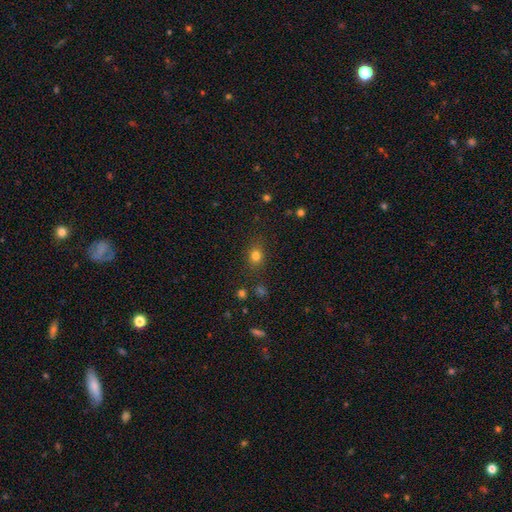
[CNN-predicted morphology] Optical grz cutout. It shows a smooth galaxy with no disk features (79%) that is round (63%). Merging: none (83%).